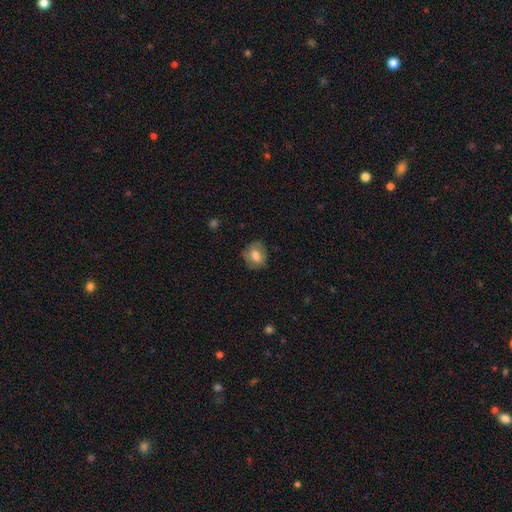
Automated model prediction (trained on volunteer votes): A smooth galaxy with no disk features (69%) that is round (62%).

Vote fractions:
- Smooth or featured? smooth: 69% / featured or disk: 22% / star or artifact: 9%
- How rounded? round: 62% / in between: 37% / cigar-shaped: 1%
- Merging? none: 71% / minor disturbance: 22% / major disturbance: 6% / merger: 1%